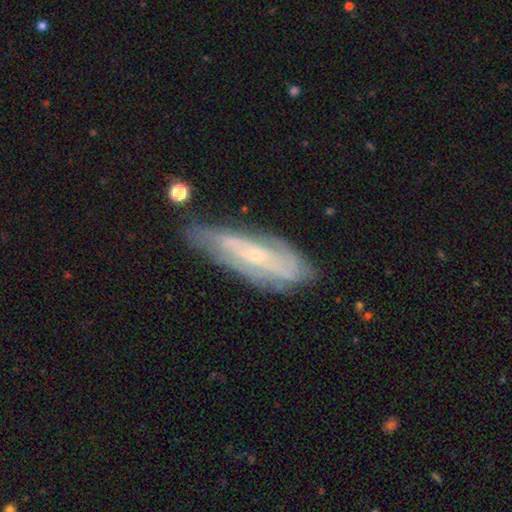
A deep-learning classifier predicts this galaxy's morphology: smooth-or-featured: featured or disk: 73% | smooth: 20% | star or artifact: 7%
  disk-edge-on: no: 76% | yes: 24%
    bar: no: 58% | weak: 30% | strong: 12%
    has-spiral-arms: yes: 80% | no: 20%
    bulge-size: small: 77% | moderate: 19% | none: 3% | large: 1% | dominant: 1%
  merging: none: 64% | minor disturbance: 25% | major disturbance: 8% | merger: 3%